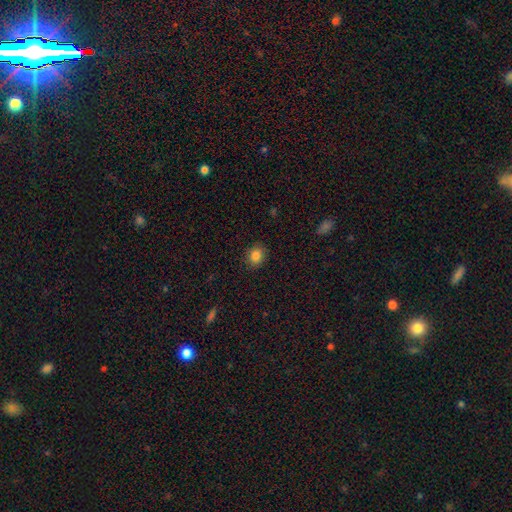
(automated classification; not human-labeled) smooth_or_featured: smooth (p=0.84) [alt: star or artifact p=0.11]
how_rounded: round (p=0.65) [alt: in between p=0.34]
merging: none (p=0.89) [alt: minor disturbance p=0.08]